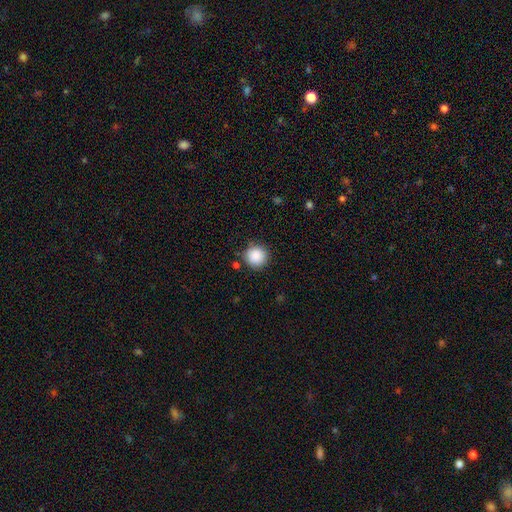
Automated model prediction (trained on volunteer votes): This is clearly a smooth galaxy (88%). How rounded: clearly round (95%). Merging: clearly none (85%).